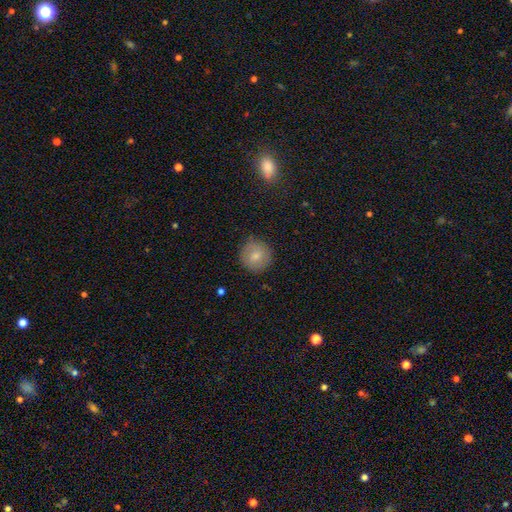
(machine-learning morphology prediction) smooth_or_featured: smooth (p=0.78) [alt: featured or disk p=0.14]
how_rounded: round (p=0.94) [alt: in between p=0.05]
merging: none (p=0.86) [alt: minor disturbance p=0.10]